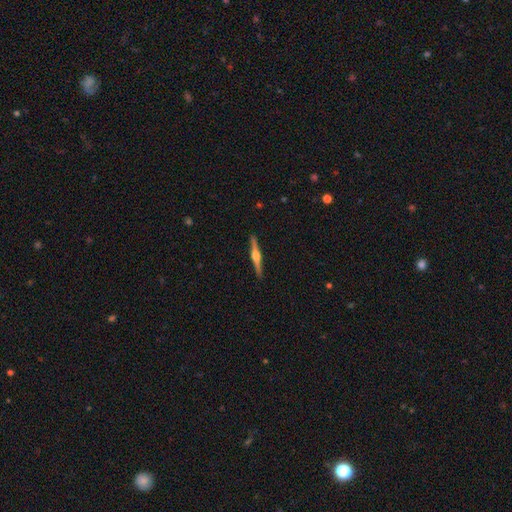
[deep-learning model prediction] Smooth or featured? Predicted: featured or disk (p=0.80). Edge-on disk? Predicted: yes (p=0.98). Edge-on bulge? Predicted: rounded (p=0.93). Merging? Predicted: none (p=0.92).